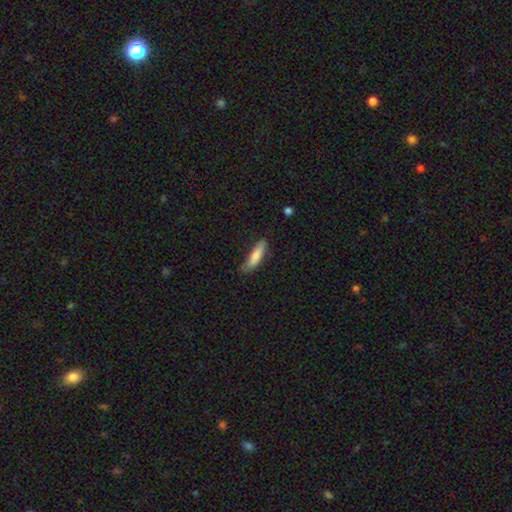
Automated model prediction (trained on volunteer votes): Smooth or featured?
  - smooth: 79% *
  - featured or disk: 16%
  - star or artifact: 6%
How rounded?
  - cigar-shaped: 74% *
  - in between: 24%
  - round: 1%
Merging?
  - none: 74% *
  - minor disturbance: 21%
  - major disturbance: 4%
  - merger: 2%